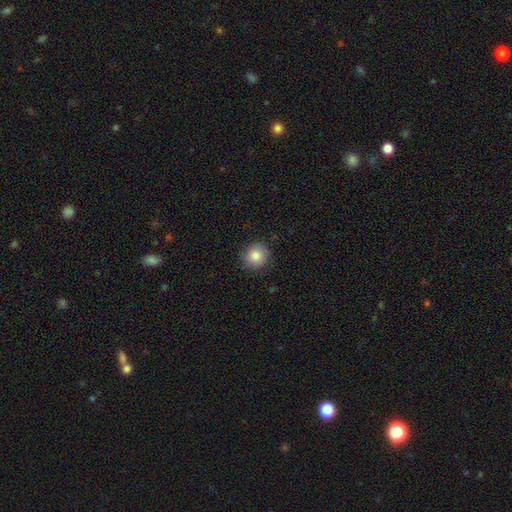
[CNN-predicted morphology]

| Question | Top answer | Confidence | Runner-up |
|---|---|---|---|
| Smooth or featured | smooth | 83% | star or artifact (10%) |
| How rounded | round | 90% | in between (9%) |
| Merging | none | 88% | minor disturbance (8%) |